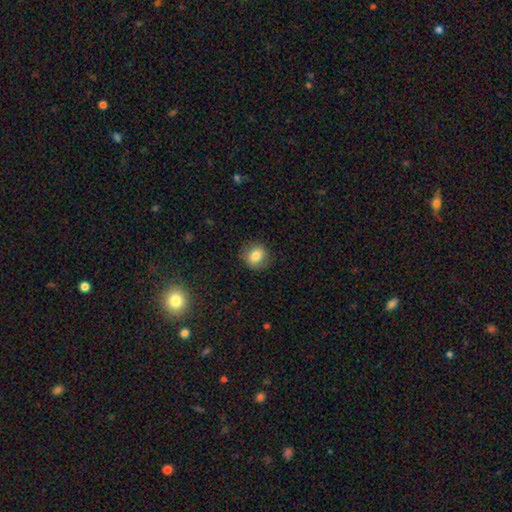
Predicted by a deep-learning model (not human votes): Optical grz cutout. It shows a smooth galaxy with no disk features (79%) that is round (76%). Merging: none (85%).